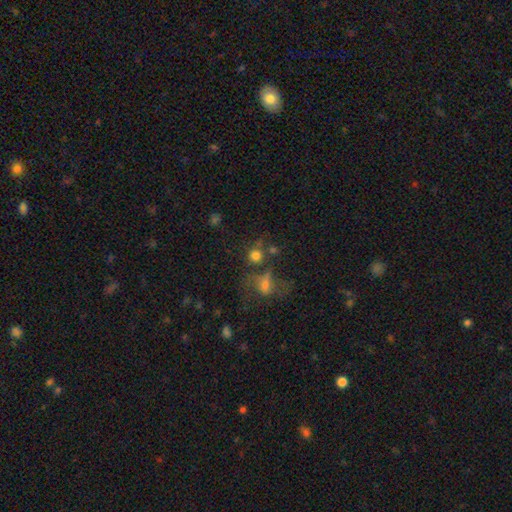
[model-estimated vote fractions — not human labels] A smooth galaxy with no disk features (76%) that is round (88%).

Vote fractions:
- Smooth or featured? smooth: 76% / star or artifact: 15% / featured or disk: 9%
- How rounded? round: 88% / in between: 11% / cigar-shaped: 1%
- Merging? none: 59% / merger: 22% / minor disturbance: 11% / major disturbance: 8%